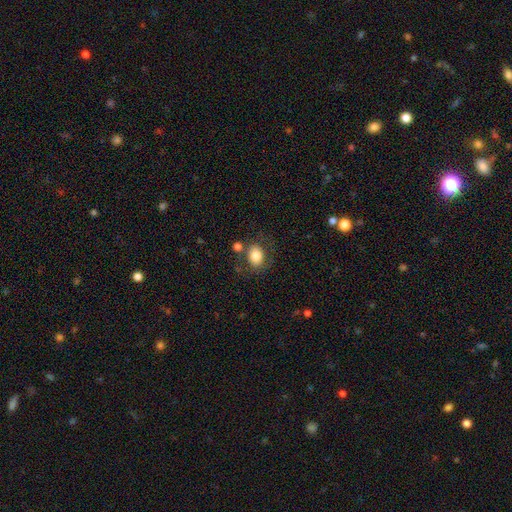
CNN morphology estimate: Smooth or featured?
  - smooth: 80% *
  - featured or disk: 11%
  - star or artifact: 9%
How rounded?
  - in between: 61% *
  - round: 38%
  - cigar-shaped: 1%
Merging?
  - none: 67% *
  - minor disturbance: 15%
  - merger: 11%
  - major disturbance: 7%